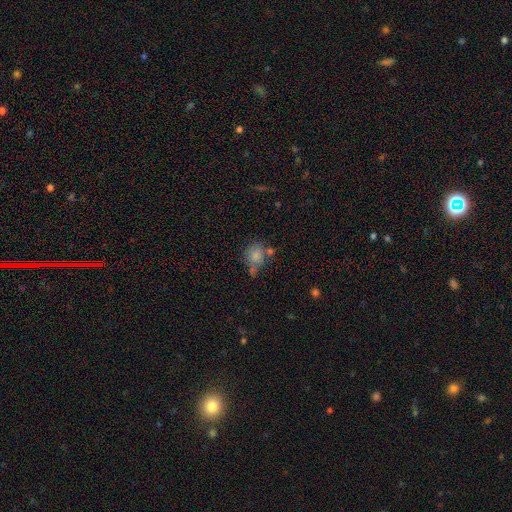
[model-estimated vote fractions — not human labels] Smooth or featured?
  - smooth: 78% *
  - star or artifact: 11%
  - featured or disk: 11%
How rounded?
  - round: 68% *
  - in between: 31%
  - cigar-shaped: 1%
Merging?
  - none: 51% *
  - merger: 21%
  - minor disturbance: 20%
  - major disturbance: 8%